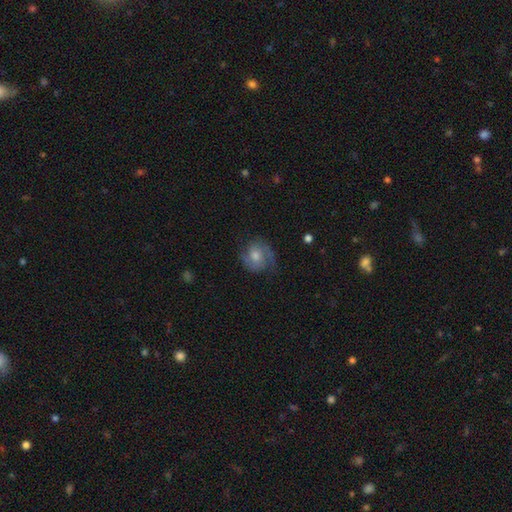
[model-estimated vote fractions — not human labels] A featured or disk galaxy (66%) with no bar (64%), 2 (77%) medium (46%) spiral arms (92%) and a moderate central bulge (60%).

Vote fractions:
- Smooth or featured? featured or disk: 66% / smooth: 23% / star or artifact: 11%
- Edge-on disk? no: 97% / yes: 3%
- Bar? no: 64% / weak: 31% / strong: 5%
- Spiral arms? yes: 92% / no: 8%
- Spiral winding? medium: 46% / tight: 37% / loose: 16%
- Spiral arm count? 2: 77% / can't tell: 12% / 1: 4% / 3: 4% / 4: 2% / more than 4: 2%
- Bulge size? moderate: 60% / small: 25% / large: 10% / none: 4% / dominant: 2%
- Merging? none: 74% / minor disturbance: 17% / major disturbance: 8% / merger: 1%